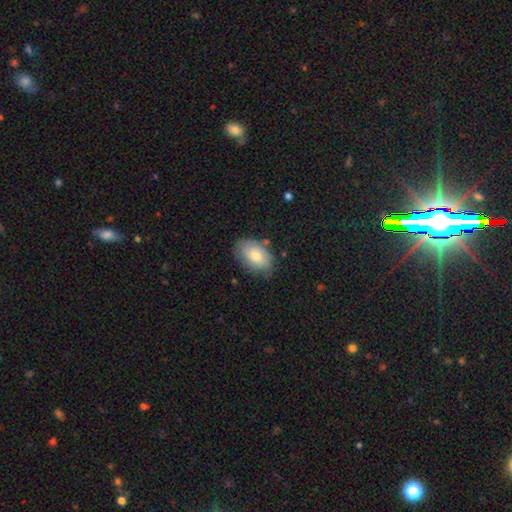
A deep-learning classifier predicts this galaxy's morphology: Smooth or featured: smooth — 77% (featured or disk — 16%)
How rounded: in between — 90% (round — 8%)
Merging: none — 73% (minor disturbance — 20%)